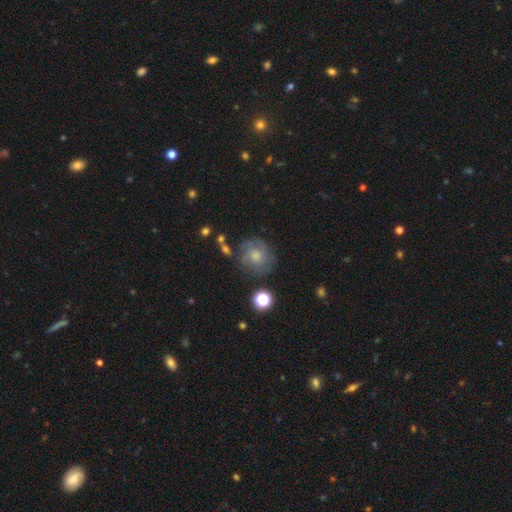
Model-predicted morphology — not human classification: type=smooth (46%); merging=none (65%).